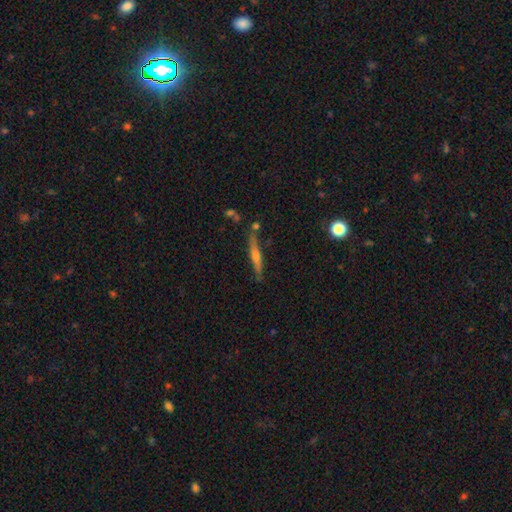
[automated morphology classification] Overall: featured or disk (64%; smooth 28%). Edge-on disk: yes (96%). Edge-on bulge: rounded (76%). Merging: none (80%).